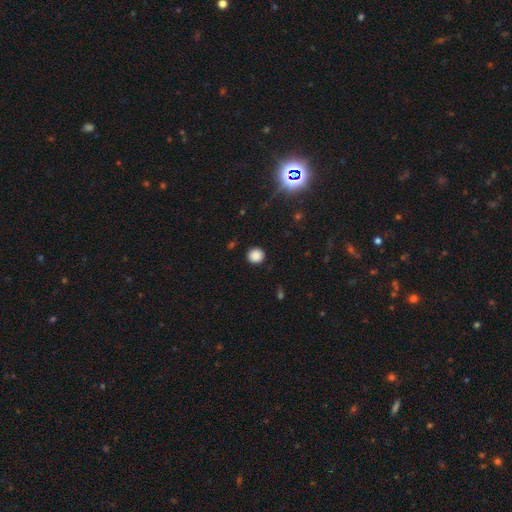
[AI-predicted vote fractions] A smooth galaxy with no disk features (86%) that is round (91%).

Vote fractions:
- Smooth or featured? smooth: 86% / star or artifact: 11% / featured or disk: 3%
- How rounded? round: 91% / in between: 8% / cigar-shaped: 1%
- Merging? none: 91% / minor disturbance: 6% / major disturbance: 2% / merger: 1%